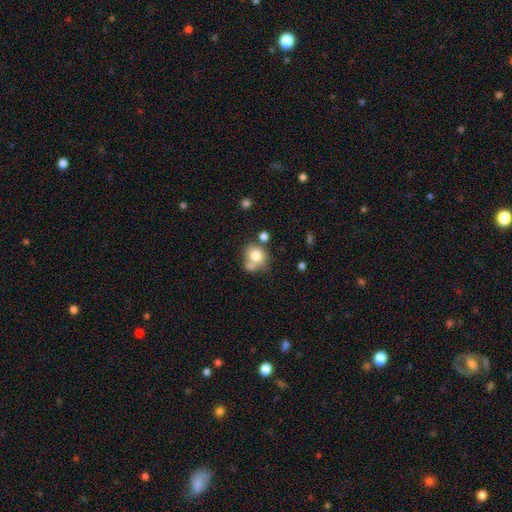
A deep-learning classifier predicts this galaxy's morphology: smooth 77%, featured or disk 14%, star or artifact 10%. Down the decision tree: how rounded — round (71%); merging — none (44%).